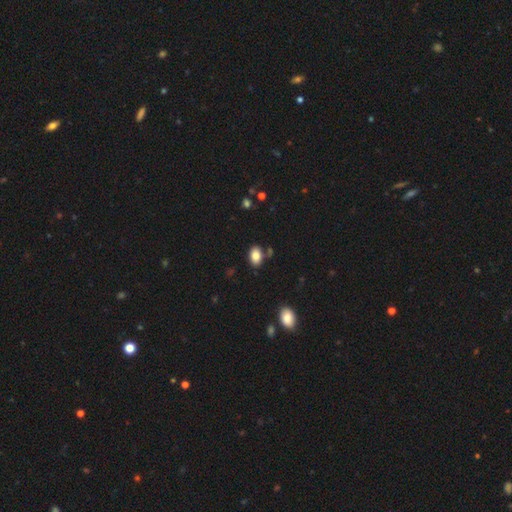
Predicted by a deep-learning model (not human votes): smooth-or-featured: smooth: 85% | star or artifact: 9% | featured or disk: 7%
  how-rounded: in between: 86% | round: 13% | cigar-shaped: 1%
  merging: none: 80% | minor disturbance: 11% | merger: 6% | major disturbance: 3%